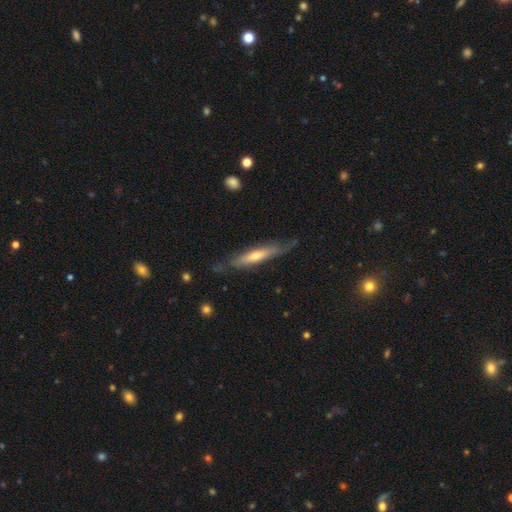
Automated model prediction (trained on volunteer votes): Smooth or featured?
  - featured or disk: 62% *
  - smooth: 32%
  - star or artifact: 6%
Edge-on disk?
  - yes: 82% *
  - no: 18%
Edge-on bulge?
  - rounded: 68% *
  - none: 26%
  - boxy: 6%
Merging?
  - none: 72% *
  - minor disturbance: 20%
  - major disturbance: 6%
  - merger: 2%